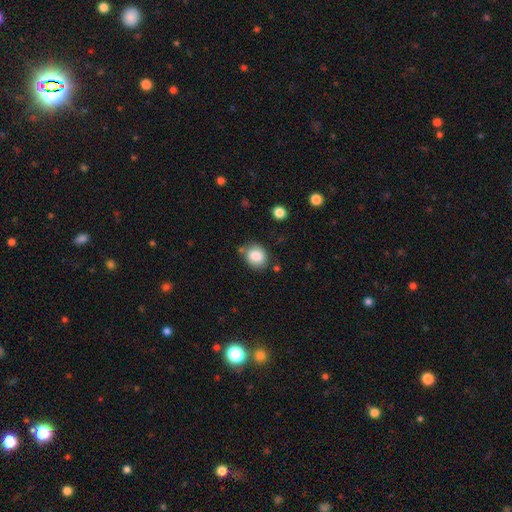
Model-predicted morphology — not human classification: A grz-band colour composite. It shows a smooth galaxy with no disk features (85%) that is round (63%). Merging: none (74%).